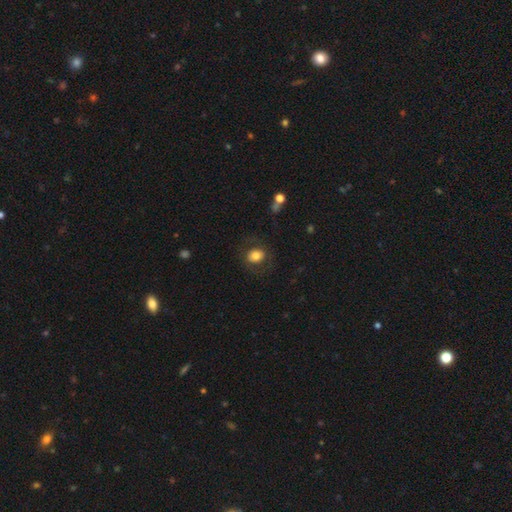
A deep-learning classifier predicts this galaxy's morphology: Q: Smooth or featured?
A: smooth (73%); runner-up: featured or disk (19%)
Q: How rounded?
A: round (65%); runner-up: in between (34%)
Q: Merging?
A: none (78%); runner-up: minor disturbance (12%)